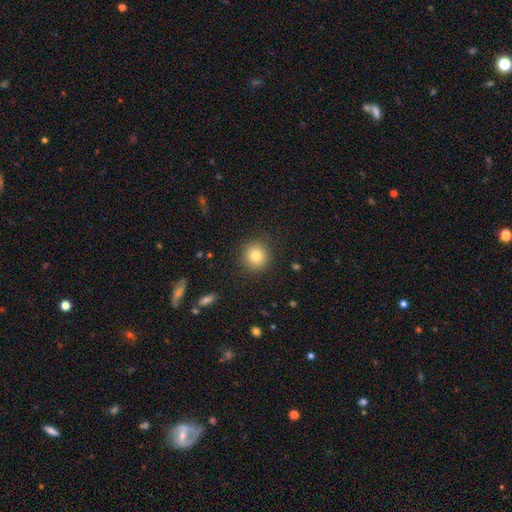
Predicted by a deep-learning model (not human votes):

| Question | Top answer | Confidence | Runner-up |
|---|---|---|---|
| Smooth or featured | smooth | 79% | star or artifact (11%) |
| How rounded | round | 92% | in between (7%) |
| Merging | none | 90% | minor disturbance (7%) |